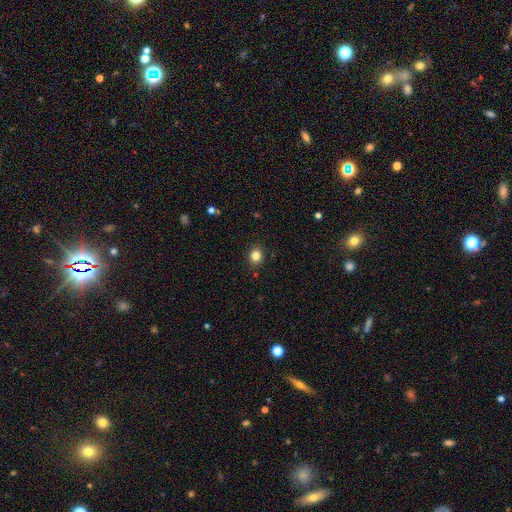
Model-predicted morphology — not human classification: Smooth or featured? smooth (83%)
How rounded? round (79%)
Merging? none (90%)